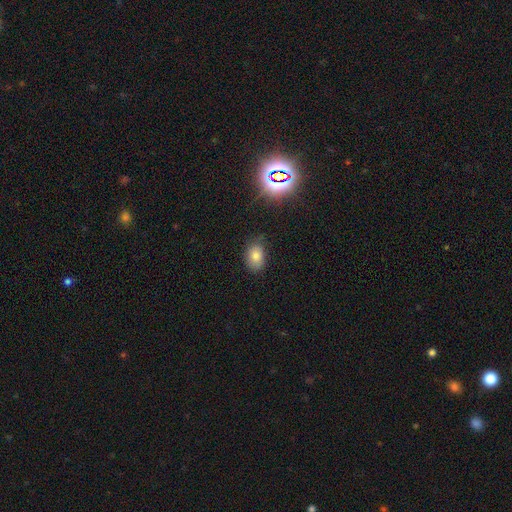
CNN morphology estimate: Smooth or featured?
  - smooth: 77% *
  - star or artifact: 14%
  - featured or disk: 8%
How rounded?
  - in between: 81% *
  - round: 18%
  - cigar-shaped: 1%
Merging?
  - none: 72% *
  - minor disturbance: 21%
  - major disturbance: 5%
  - merger: 2%